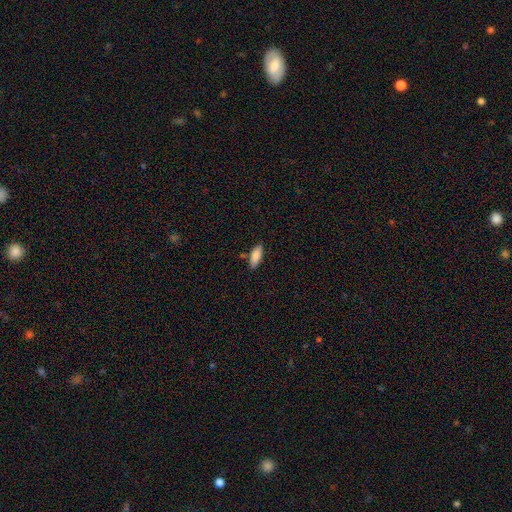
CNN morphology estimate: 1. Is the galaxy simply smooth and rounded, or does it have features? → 86% smooth, 8% featured or disk, 6% star or artifact.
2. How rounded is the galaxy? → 74% in between, 25% cigar-shaped, 2% round.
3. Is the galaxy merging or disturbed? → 79% none, 14% minor disturbance, 5% merger, 3% major disturbance.